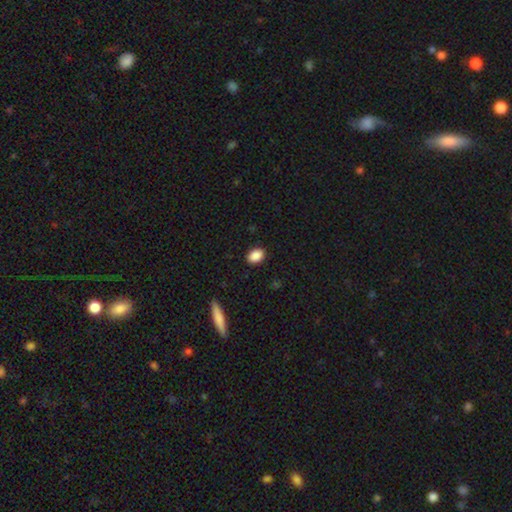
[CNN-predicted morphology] Smooth or featured: smooth — 89% (star or artifact — 8%)
How rounded: in between — 82% (round — 17%)
Merging: none — 89% (minor disturbance — 8%)